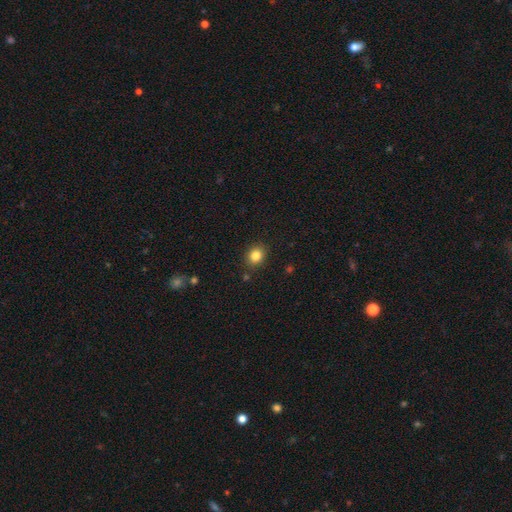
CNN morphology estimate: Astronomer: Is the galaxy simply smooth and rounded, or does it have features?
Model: smooth — 84%.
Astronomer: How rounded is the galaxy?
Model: round — 67%.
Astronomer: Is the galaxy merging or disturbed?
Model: none — 88%.